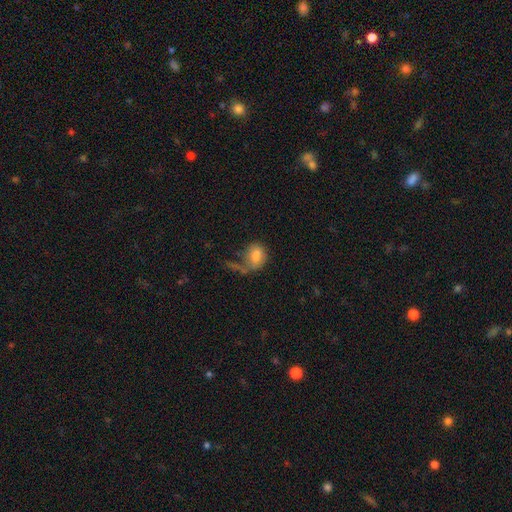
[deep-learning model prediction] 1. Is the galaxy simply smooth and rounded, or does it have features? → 68% smooth, 21% featured or disk, 11% star or artifact.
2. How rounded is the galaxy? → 68% in between, 29% round, 2% cigar-shaped.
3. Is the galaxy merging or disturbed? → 39% major disturbance, 29% none, 18% minor disturbance, 14% merger.